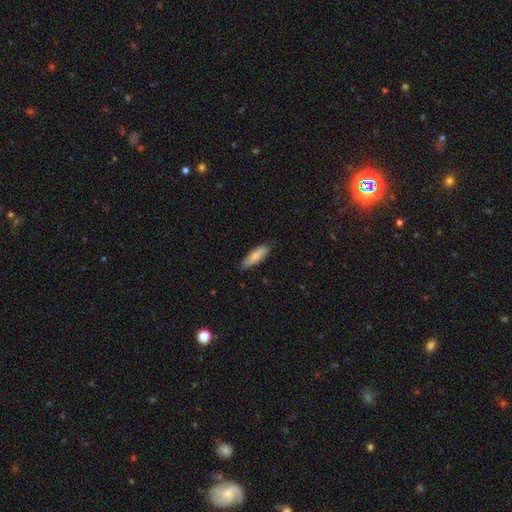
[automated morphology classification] This is likely a smooth galaxy (80%). How rounded: possibly cigar-shaped (56%). Merging: clearly none (81%).